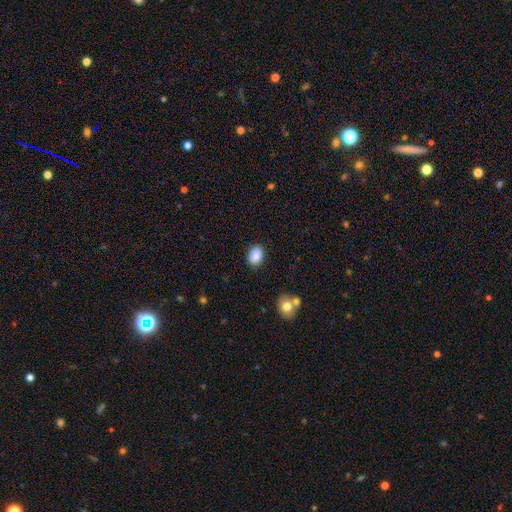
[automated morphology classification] Smooth or featured? Predicted: smooth (p=0.87). How rounded? Predicted: in between (p=0.82). Merging? Predicted: none (p=0.85).